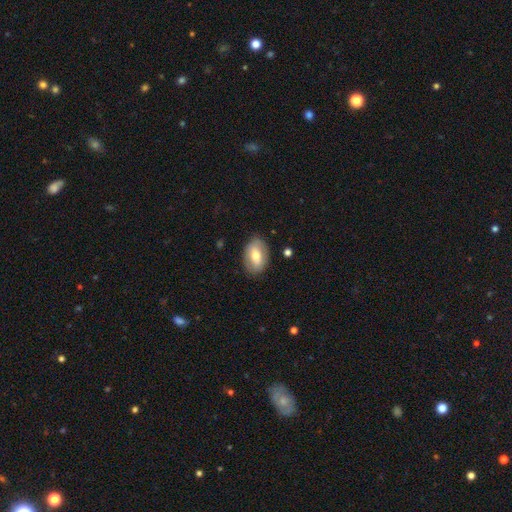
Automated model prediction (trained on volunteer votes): The model was most divided on "smooth or featured": smooth: 62%, featured or disk: 31%, star or artifact: 7%. More confident: how rounded — in between (88%); merging — none (84%).